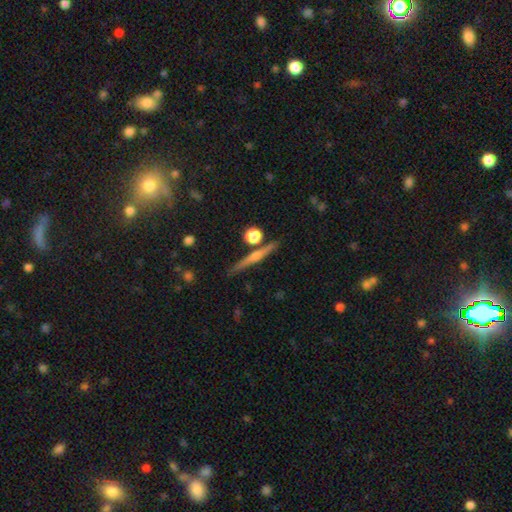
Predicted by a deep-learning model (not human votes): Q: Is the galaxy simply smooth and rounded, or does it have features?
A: featured or disk — 73%.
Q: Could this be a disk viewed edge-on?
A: yes — 98%.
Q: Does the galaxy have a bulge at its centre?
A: rounded — 80%.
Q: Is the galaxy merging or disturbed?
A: none — 87%.